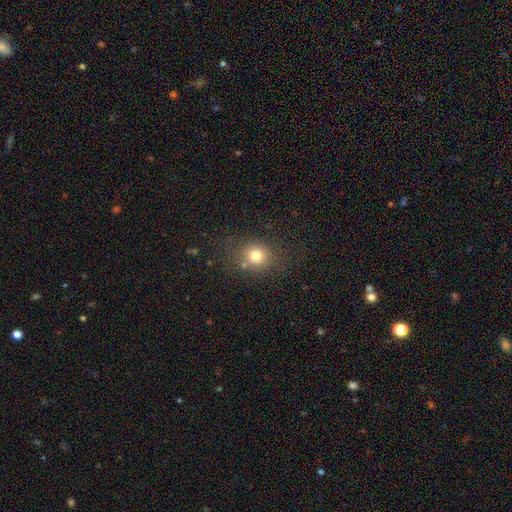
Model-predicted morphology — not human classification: Smooth or featured?
  - smooth: 75% *
  - star or artifact: 15%
  - featured or disk: 10%
How rounded?
  - round: 77% *
  - in between: 22%
  - cigar-shaped: 1%
Merging?
  - none: 74% *
  - minor disturbance: 14%
  - major disturbance: 7%
  - merger: 6%